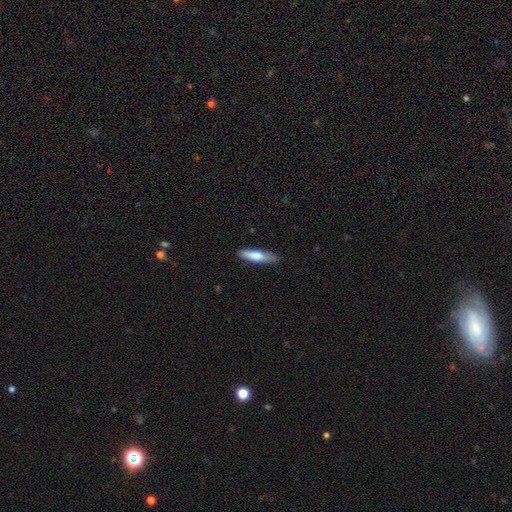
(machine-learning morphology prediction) Smooth or featured? Predicted: smooth (p=0.76). How rounded? Predicted: cigar-shaped (p=0.73). Merging? Predicted: none (p=0.80).